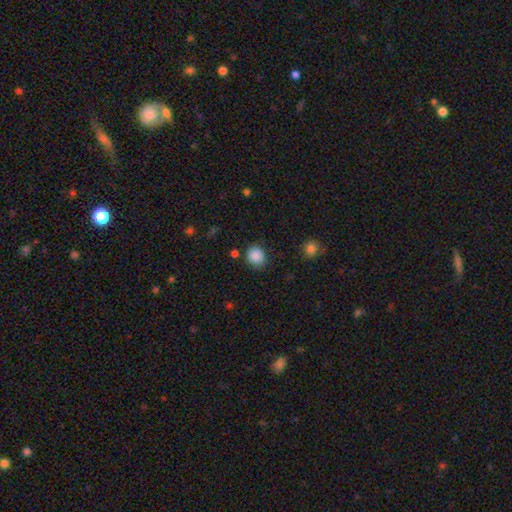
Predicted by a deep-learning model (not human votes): Q: Smooth or featured?
A: smooth (87%); runner-up: star or artifact (9%)
Q: How rounded?
A: round (76%); runner-up: in between (23%)
Q: Merging?
A: none (79%); runner-up: minor disturbance (14%)